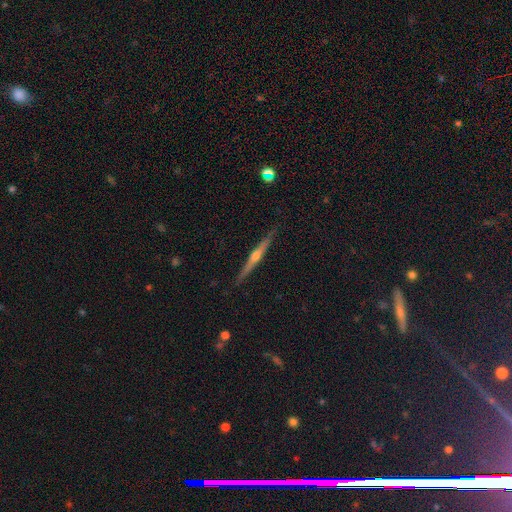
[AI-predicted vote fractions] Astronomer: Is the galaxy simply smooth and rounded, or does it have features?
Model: featured or disk — 81%.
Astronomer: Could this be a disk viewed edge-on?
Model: yes — 98%.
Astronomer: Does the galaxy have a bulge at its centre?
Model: rounded — 87%.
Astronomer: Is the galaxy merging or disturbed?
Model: none — 90%.